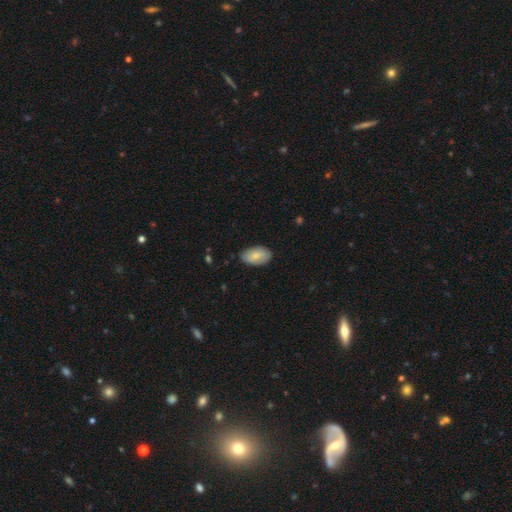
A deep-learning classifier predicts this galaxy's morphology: This is likely a smooth galaxy (78%). How rounded: clearly in between (93%). Merging: clearly none (82%).